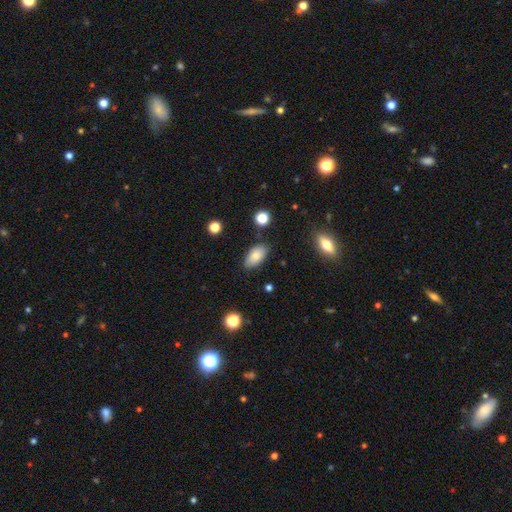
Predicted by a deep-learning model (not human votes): Smooth or featured? smooth (81%)
How rounded? in between (92%)
Merging? none (81%)